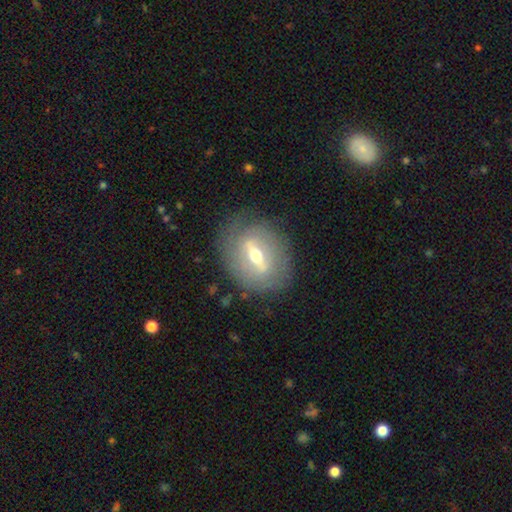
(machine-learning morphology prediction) type=featured or disk (74%); edge-on=no (80%); bar=strong (59%); spiral arms=yes (51%); bulge=moderate (67%); merging=none (80%).